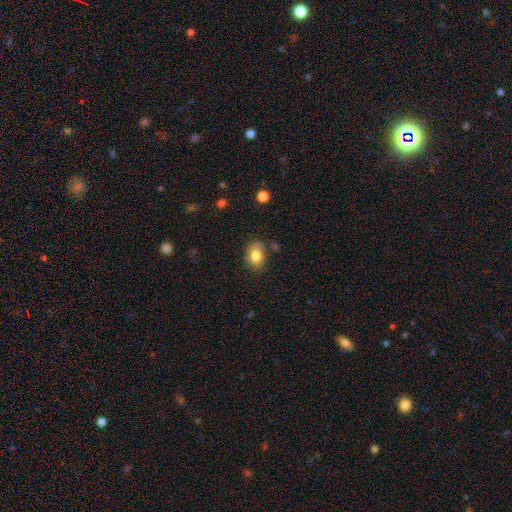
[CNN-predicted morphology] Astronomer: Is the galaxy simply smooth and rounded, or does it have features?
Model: smooth — 82%.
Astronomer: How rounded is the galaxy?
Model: in between — 74%.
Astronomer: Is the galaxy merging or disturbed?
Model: none — 69%.